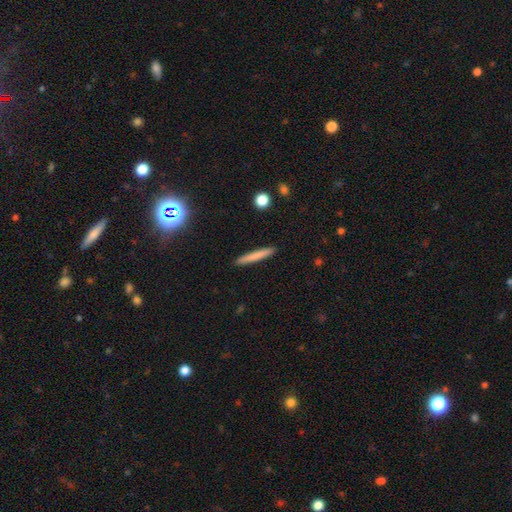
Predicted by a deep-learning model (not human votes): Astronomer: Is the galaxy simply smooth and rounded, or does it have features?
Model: smooth — 74%.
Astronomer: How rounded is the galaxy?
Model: cigar-shaped — 96%.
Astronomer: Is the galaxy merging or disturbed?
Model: none — 92%.